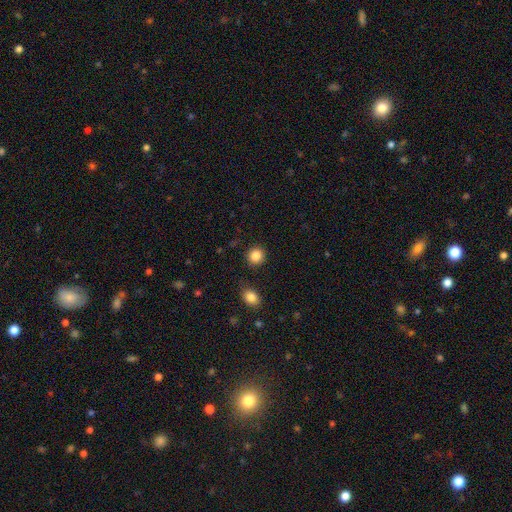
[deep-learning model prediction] smooth 87%, star or artifact 10%, featured or disk 4%. Down the decision tree: how rounded — round (88%); merging — none (88%).